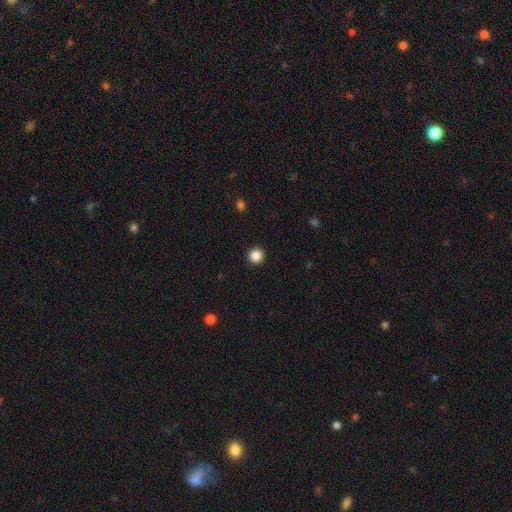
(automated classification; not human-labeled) smooth-or-featured: smooth: 86% | star or artifact: 11% | featured or disk: 3%
  how-rounded: round: 96% | in between: 3% | cigar-shaped: 1%
  merging: none: 93% | minor disturbance: 4% | major disturbance: 2% | merger: 1%